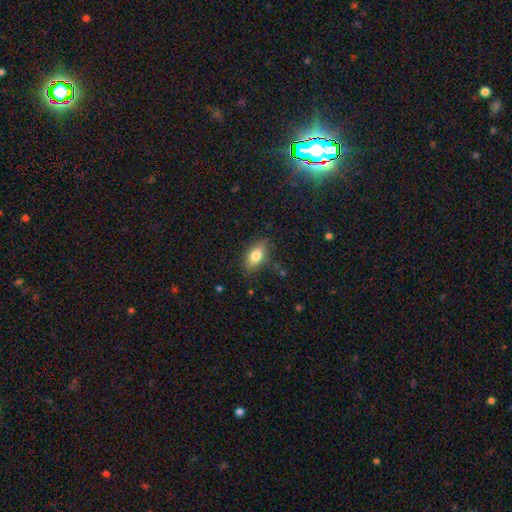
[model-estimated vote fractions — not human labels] Q: Smooth or featured?
A: smooth (79%); runner-up: featured or disk (13%)
Q: How rounded?
A: in between (87%); runner-up: cigar-shaped (7%)
Q: Merging?
A: none (79%); runner-up: minor disturbance (16%)